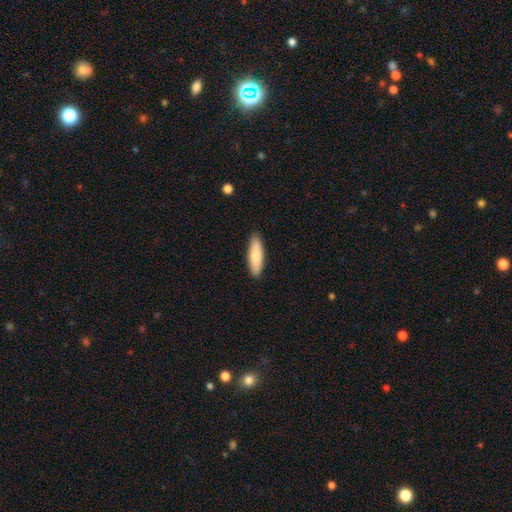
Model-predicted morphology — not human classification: type=smooth (79%); roundness=cigar-shaped (56%); merging=none (89%).